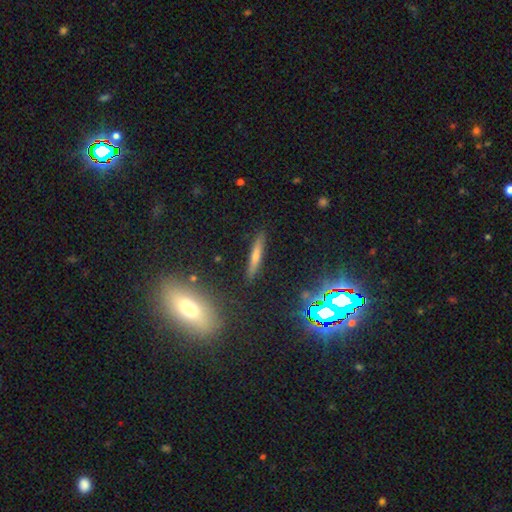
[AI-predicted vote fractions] Smooth or featured: star or artifact — 36% (featured or disk — 33%)